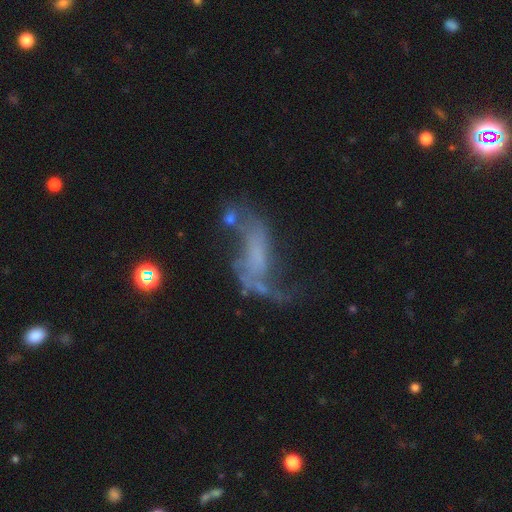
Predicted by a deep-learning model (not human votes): Q: Smooth or featured?
A: featured or disk (68%); runner-up: smooth (19%)
Q: Edge-on disk?
A: no (92%); runner-up: yes (8%)
Q: Bar?
A: no (58%); runner-up: weak (26%)
Q: Spiral arms?
A: yes (64%); runner-up: no (36%)
Q: Bulge size?
A: none (72%); runner-up: small (15%)
Q: Merging?
A: major disturbance (37%); runner-up: none (30%)